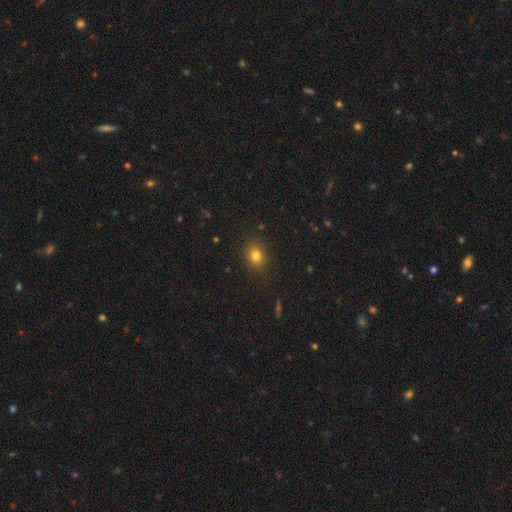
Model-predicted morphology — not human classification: Smooth or featured: smooth — 79% (star or artifact — 14%)
How rounded: round — 52% (in between — 47%)
Merging: none — 86% (minor disturbance — 10%)